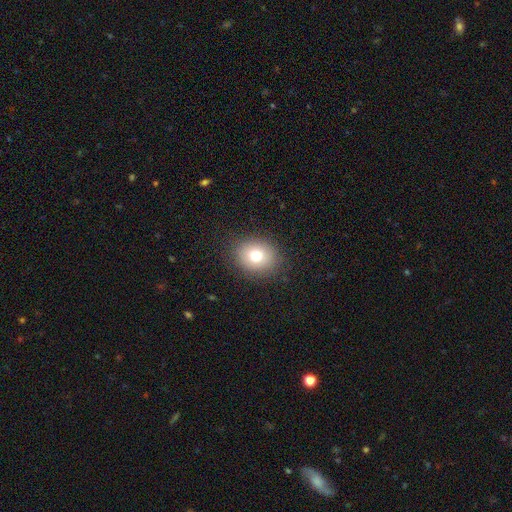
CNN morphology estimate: A smooth galaxy with no disk features (77%) that is round (59%). Merging: none (87%).